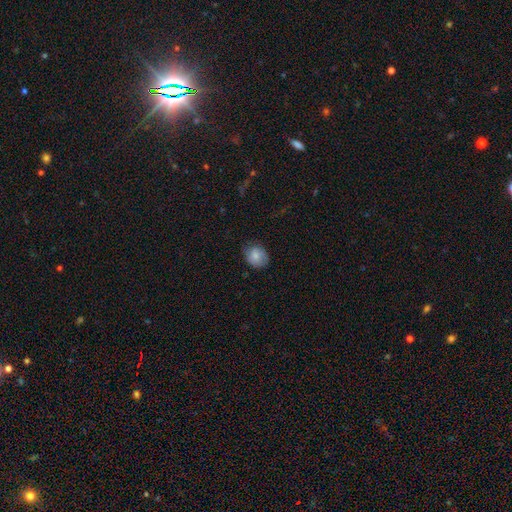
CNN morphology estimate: A smooth galaxy with no disk features (80%) that is round (56%).

Vote fractions:
- Smooth or featured? smooth: 80% / featured or disk: 13% / star or artifact: 8%
- How rounded? round: 56% / in between: 43% / cigar-shaped: 1%
- Merging? none: 71% / minor disturbance: 23% / major disturbance: 5% / merger: 1%